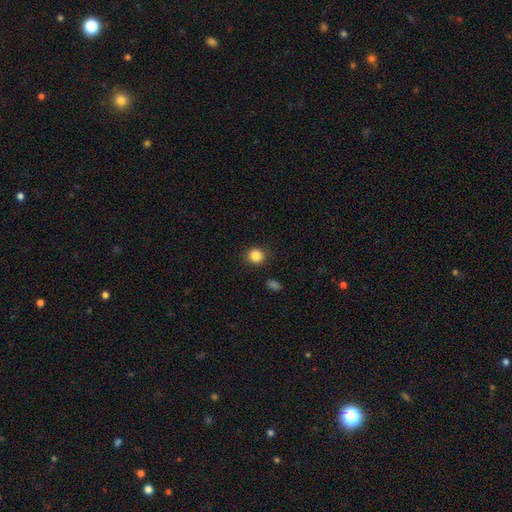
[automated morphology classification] Smooth or featured? Predicted: smooth (p=0.86). How rounded? Predicted: round (p=0.88). Merging? Predicted: none (p=0.89).